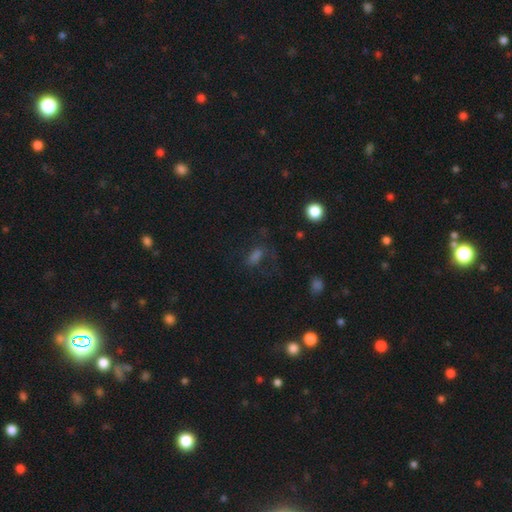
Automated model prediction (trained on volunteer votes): Smooth or featured? smooth (53%)
How rounded? in between (72%)
Merging? none (52%)